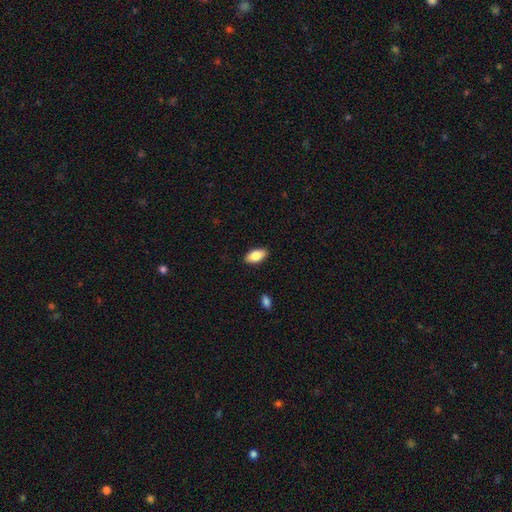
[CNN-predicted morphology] This appears to be a smooth galaxy with no disk features (83%) that is in between round and cigar-shaped (92%). Merging: none (89%).